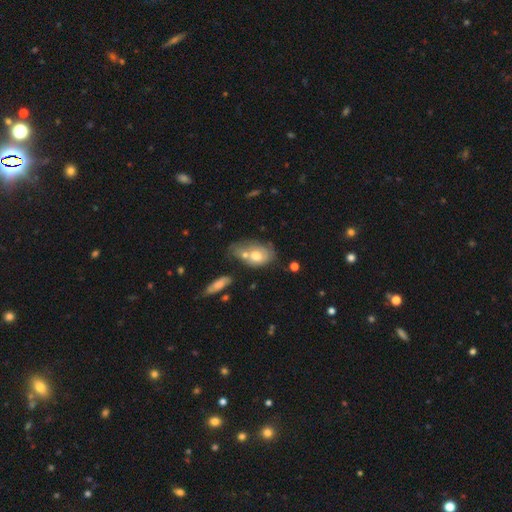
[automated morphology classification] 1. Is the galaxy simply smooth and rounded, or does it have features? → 58% smooth, 33% featured or disk, 9% star or artifact.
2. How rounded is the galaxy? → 84% in between, 13% round, 3% cigar-shaped.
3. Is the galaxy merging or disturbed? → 38% merger, 30% none, 21% minor disturbance, 11% major disturbance.